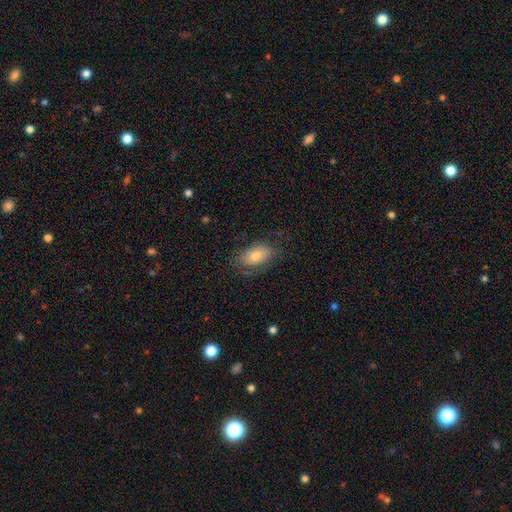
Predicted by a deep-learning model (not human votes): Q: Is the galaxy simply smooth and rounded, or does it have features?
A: smooth — 66%.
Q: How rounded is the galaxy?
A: in between — 90%.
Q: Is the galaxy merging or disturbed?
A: none — 66%.